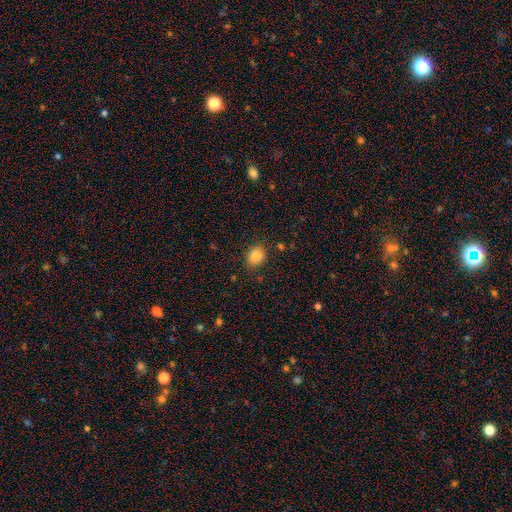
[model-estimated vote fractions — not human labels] smooth-or-featured: smooth: 85% | star or artifact: 10% | featured or disk: 5%
  how-rounded: in between: 52% | round: 47% | cigar-shaped: 1%
  merging: none: 83% | minor disturbance: 12% | major disturbance: 3% | merger: 2%